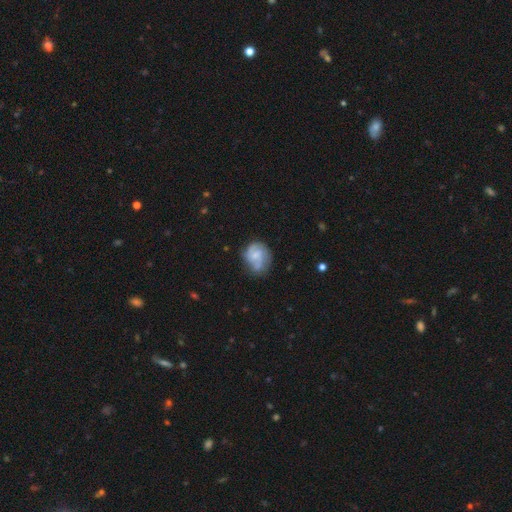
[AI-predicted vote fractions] smooth-or-featured: featured or disk: 58% | smooth: 35% | star or artifact: 8%
  disk-edge-on: no: 98% | yes: 2%
    bar: no: 55% | weak: 38% | strong: 7%
    has-spiral-arms: yes: 85% | no: 15%
    bulge-size: small: 41% | none: 28% | moderate: 26% | large: 4% | dominant: 1%
  merging: none: 57% | minor disturbance: 27% | major disturbance: 14% | merger: 3%